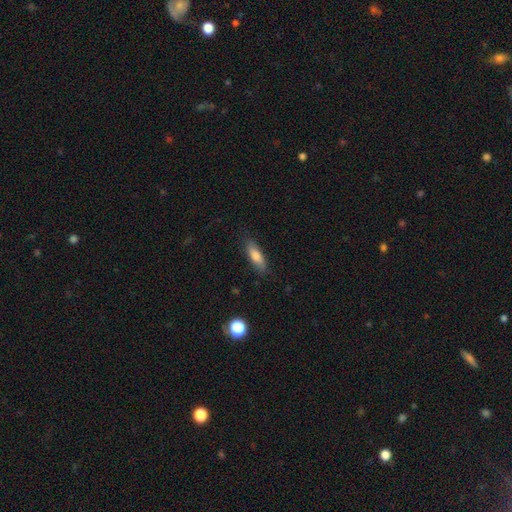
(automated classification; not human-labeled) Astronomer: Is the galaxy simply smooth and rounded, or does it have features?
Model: smooth — 78%.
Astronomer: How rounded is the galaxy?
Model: in between — 52% (runner-up: cigar-shaped, 46%).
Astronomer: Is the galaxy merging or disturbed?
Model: none — 82%.